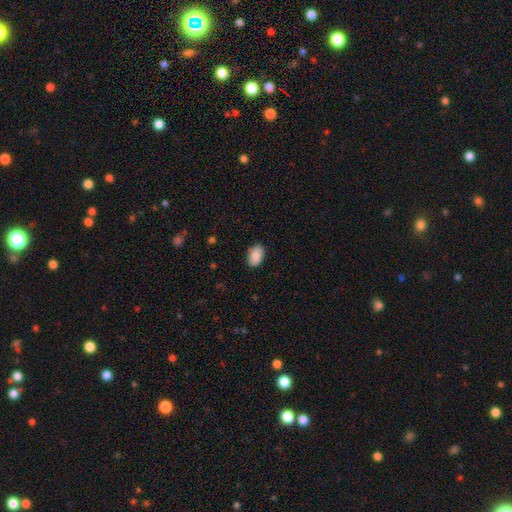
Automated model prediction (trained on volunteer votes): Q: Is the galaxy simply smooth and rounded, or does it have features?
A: smooth — 90%.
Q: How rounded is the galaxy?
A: in between — 91%.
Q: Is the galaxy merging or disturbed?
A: none — 84%.